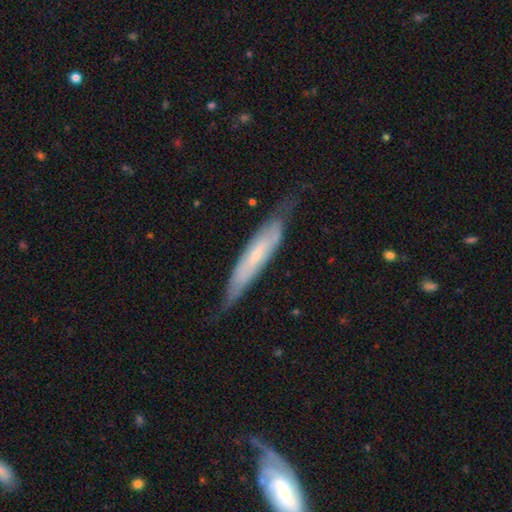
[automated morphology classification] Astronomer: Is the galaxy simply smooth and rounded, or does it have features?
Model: featured or disk — 59% (runner-up: smooth, 35%).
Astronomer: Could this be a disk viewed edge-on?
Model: yes — 56% (runner-up: no, 44%).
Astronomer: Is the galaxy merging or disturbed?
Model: none — 65%.